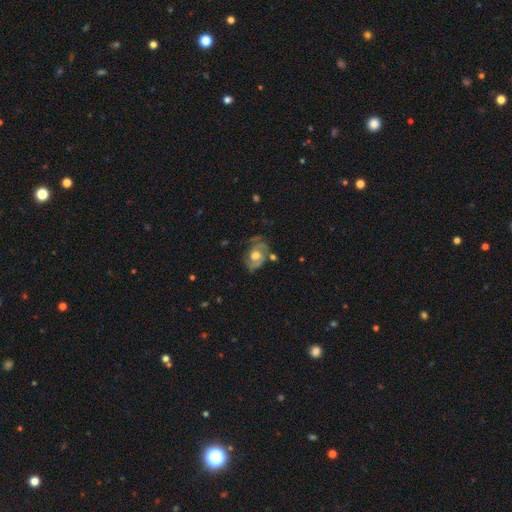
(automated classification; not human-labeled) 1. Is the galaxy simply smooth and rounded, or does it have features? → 68% featured or disk, 25% smooth, 7% star or artifact.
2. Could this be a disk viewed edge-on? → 96% no, 4% yes.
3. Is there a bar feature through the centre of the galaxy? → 73% no, 23% weak, 4% strong.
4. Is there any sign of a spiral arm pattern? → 76% yes, 24% no.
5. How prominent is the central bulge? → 64% moderate, 24% large, 9% small, 2% none, 1% dominant.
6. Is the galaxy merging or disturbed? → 51% none, 27% minor disturbance, 17% major disturbance, 6% merger.